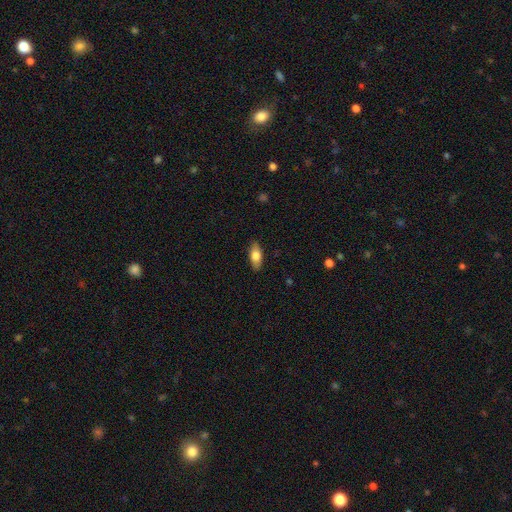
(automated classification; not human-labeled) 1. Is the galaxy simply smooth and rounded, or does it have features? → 75% smooth, 19% featured or disk, 6% star or artifact.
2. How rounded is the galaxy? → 80% in between, 17% cigar-shaped, 3% round.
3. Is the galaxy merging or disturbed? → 88% none, 9% minor disturbance, 2% major disturbance, 1% merger.